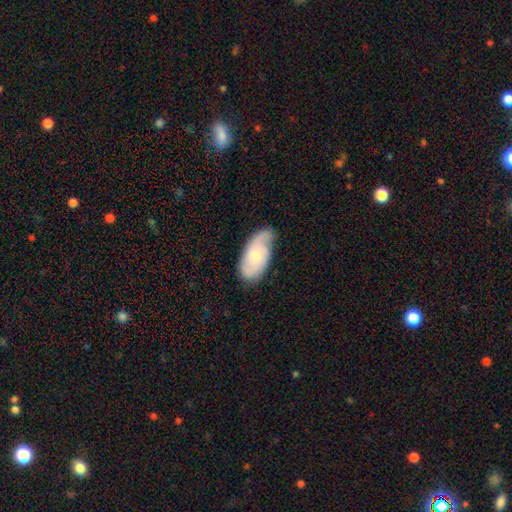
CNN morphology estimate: Q: Smooth or featured?
A: featured or disk (55%); runner-up: smooth (39%)
Q: Edge-on disk?
A: no (93%); runner-up: yes (7%)
Q: Bar?
A: no (78%); runner-up: weak (20%)
Q: Spiral arms?
A: yes (83%); runner-up: no (17%)
Q: Bulge size?
A: small (53%); runner-up: moderate (42%)
Q: Merging?
A: none (62%); runner-up: minor disturbance (28%)